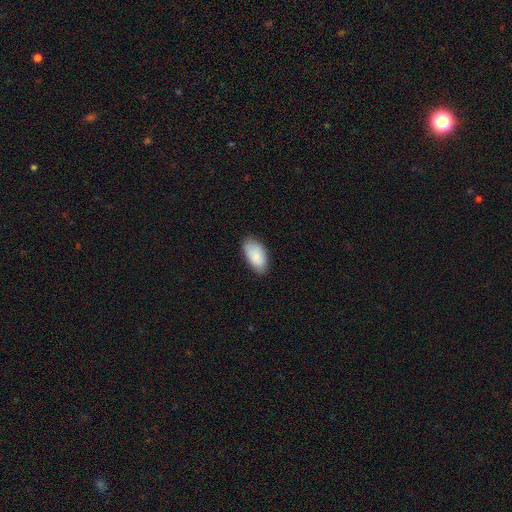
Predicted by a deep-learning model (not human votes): Smooth or featured: smooth — 87% (featured or disk — 7%)
How rounded: in between — 95% (round — 3%)
Merging: none — 79% (minor disturbance — 17%)